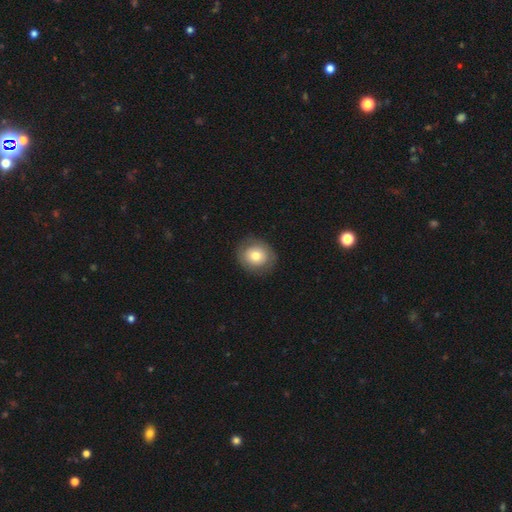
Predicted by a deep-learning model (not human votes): Smooth or featured?
  - smooth: 72% *
  - featured or disk: 20%
  - star or artifact: 8%
How rounded?
  - round: 77% *
  - in between: 22%
  - cigar-shaped: 1%
Merging?
  - none: 85% *
  - minor disturbance: 10%
  - major disturbance: 3%
  - merger: 1%